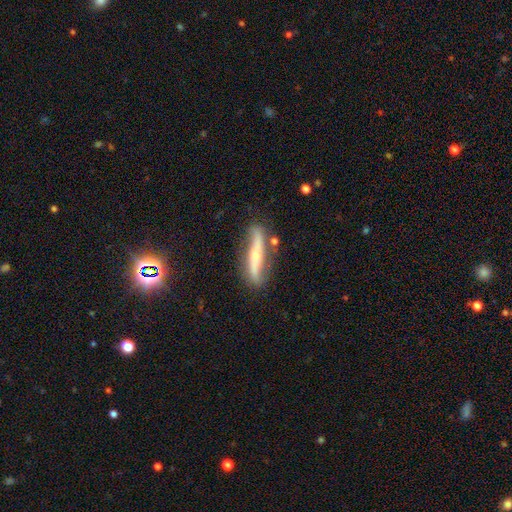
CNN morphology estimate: Smooth or featured? Predicted: featured or disk (p=0.74). Edge-on disk? Predicted: yes (p=0.64). Merging? Predicted: none (p=0.77).